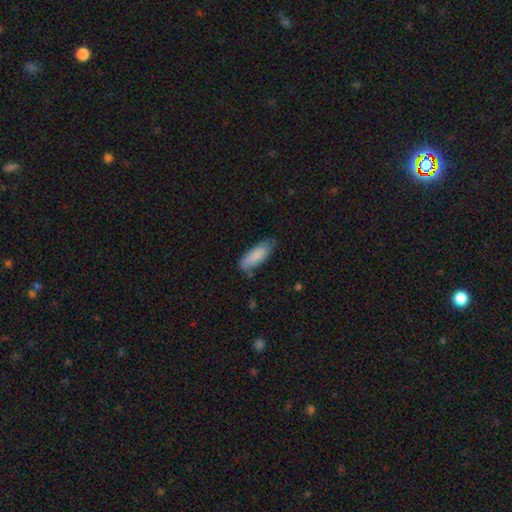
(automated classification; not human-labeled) Smooth or featured? Predicted: smooth (p=0.84). How rounded? Predicted: in between (p=0.71). Merging? Predicted: none (p=0.63).